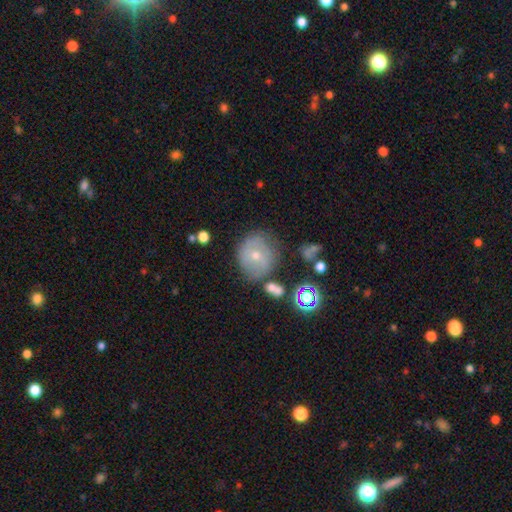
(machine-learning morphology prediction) type=smooth (50%); merging=none (63%).